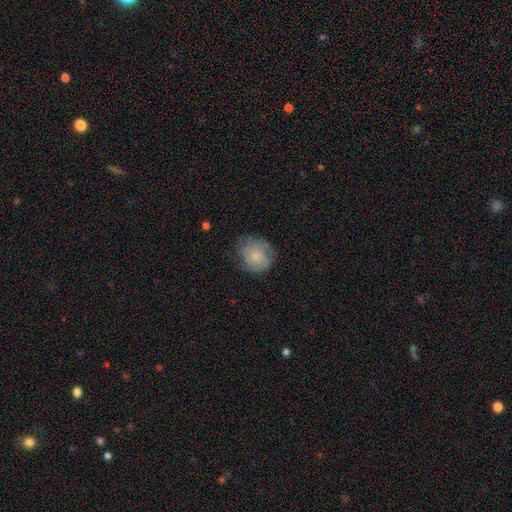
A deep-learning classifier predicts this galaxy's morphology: Smooth or featured? Predicted: smooth (p=0.54). How rounded? Predicted: round (p=0.76). Merging? Predicted: none (p=0.66).